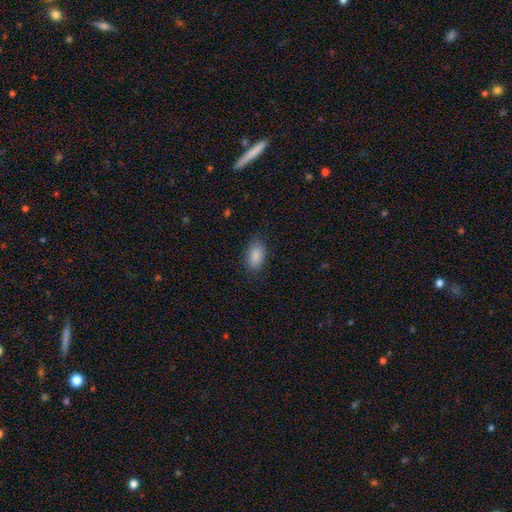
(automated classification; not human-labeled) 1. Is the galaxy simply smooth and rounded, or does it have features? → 89% smooth, 6% star or artifact, 5% featured or disk.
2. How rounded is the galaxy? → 93% in between, 4% round, 2% cigar-shaped.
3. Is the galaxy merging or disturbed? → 81% none, 14% minor disturbance, 4% major disturbance, 1% merger.